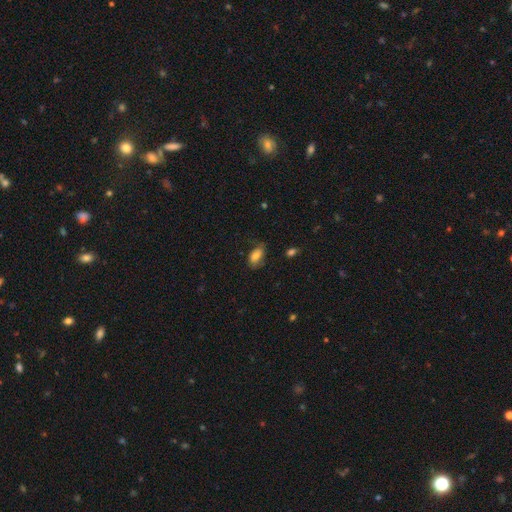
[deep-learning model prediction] Smooth or featured?
  - smooth: 74% *
  - featured or disk: 17%
  - star or artifact: 9%
How rounded?
  - in between: 91% *
  - round: 6%
  - cigar-shaped: 4%
Merging?
  - none: 60% *
  - minor disturbance: 28%
  - major disturbance: 10%
  - merger: 2%